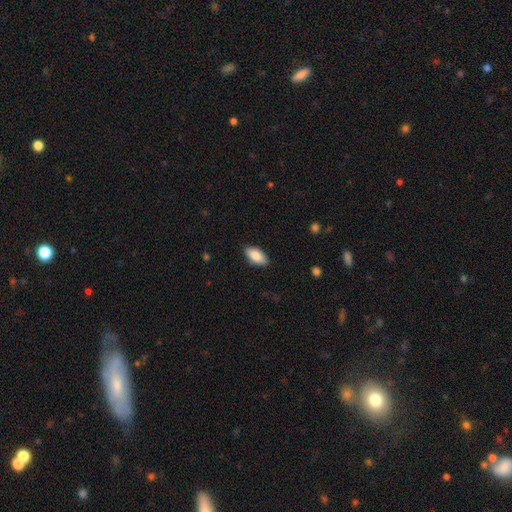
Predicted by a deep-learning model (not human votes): smooth-or-featured: smooth: 87% | featured or disk: 7% | star or artifact: 6%
  how-rounded: in between: 92% | cigar-shaped: 6% | round: 2%
  merging: none: 88% | minor disturbance: 9% | major disturbance: 2% | merger: 1%